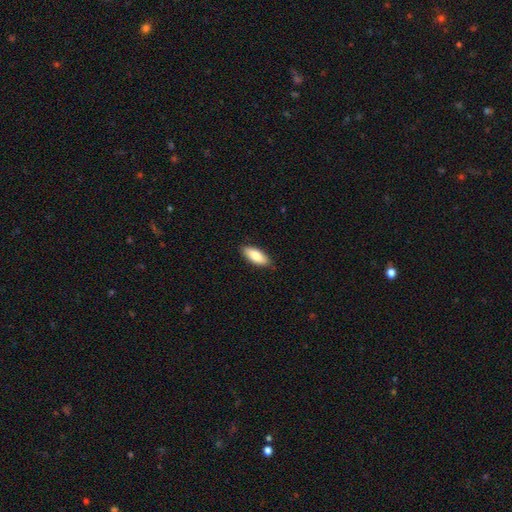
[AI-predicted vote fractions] The model was most divided on "how rounded": in between: 81%, cigar-shaped: 17%, round: 2%. More confident: merging — none (86%); smooth or featured — smooth (85%).